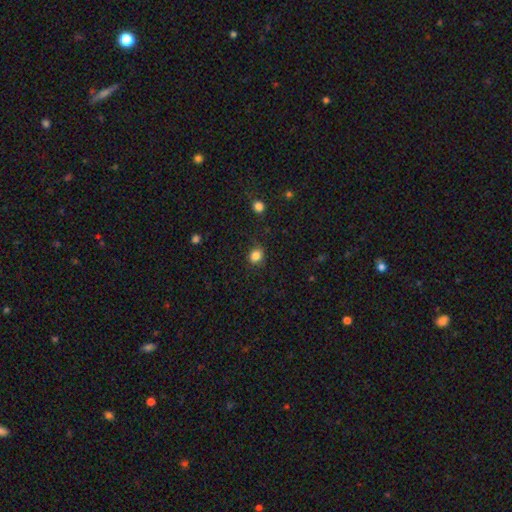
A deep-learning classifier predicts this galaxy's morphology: A smooth galaxy with no disk features (84%) that is round (66%). Merging: none (84%).